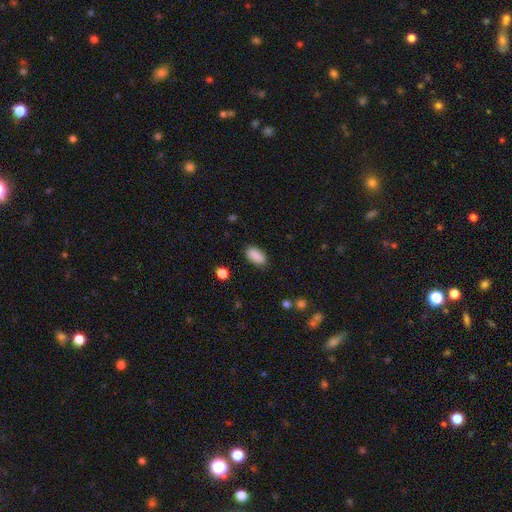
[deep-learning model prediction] Smooth or featured?
  - smooth: 89% *
  - star or artifact: 8%
  - featured or disk: 3%
How rounded?
  - in between: 90% *
  - cigar-shaped: 7%
  - round: 3%
Merging?
  - none: 87% *
  - minor disturbance: 10%
  - major disturbance: 2%
  - merger: 1%